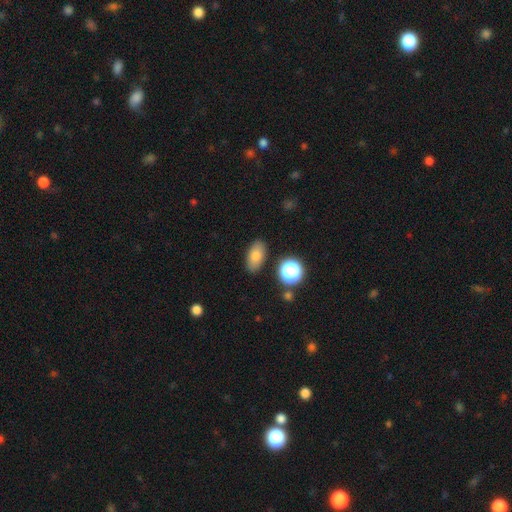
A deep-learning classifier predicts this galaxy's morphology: Overall: smooth (76%). How rounded: in between (87%). Merging: none (87%).